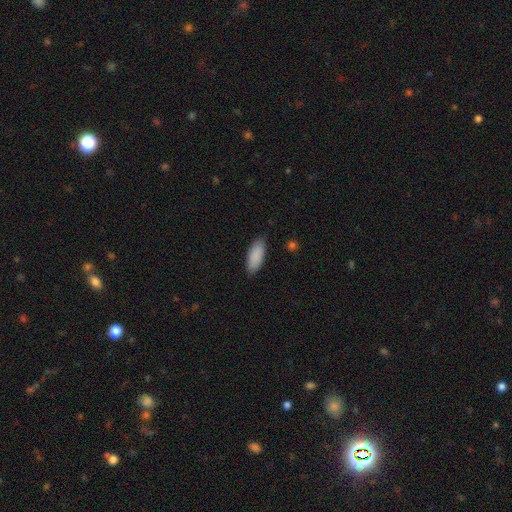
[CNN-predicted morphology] smooth_or_featured: smooth (p=0.89) [alt: star or artifact p=0.06]
how_rounded: in between (p=0.81) [alt: cigar-shaped p=0.18]
merging: none (p=0.84) [alt: minor disturbance p=0.12]